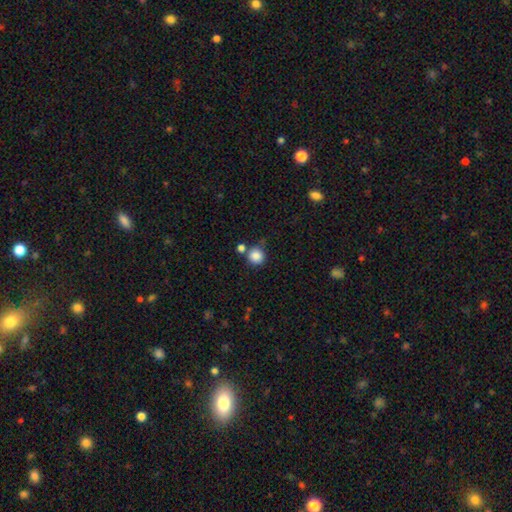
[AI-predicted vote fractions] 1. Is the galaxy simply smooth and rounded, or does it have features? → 86% smooth, 10% star or artifact, 4% featured or disk.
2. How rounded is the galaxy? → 93% round, 6% in between, 1% cigar-shaped.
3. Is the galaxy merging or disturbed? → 72% none, 14% merger, 10% minor disturbance, 4% major disturbance.